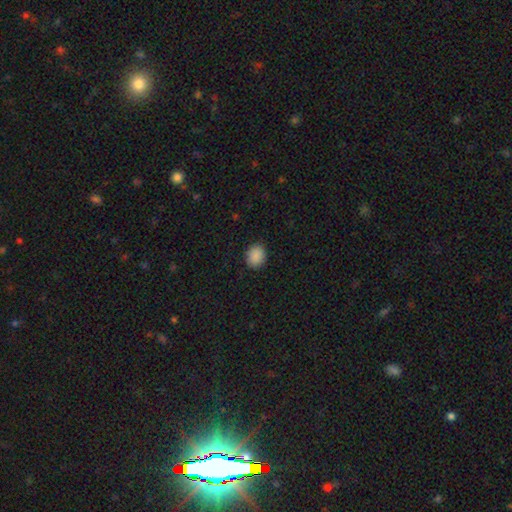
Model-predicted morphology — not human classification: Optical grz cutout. It shows a smooth galaxy with no disk features (89%) that is round (55%). Merging: none (88%).